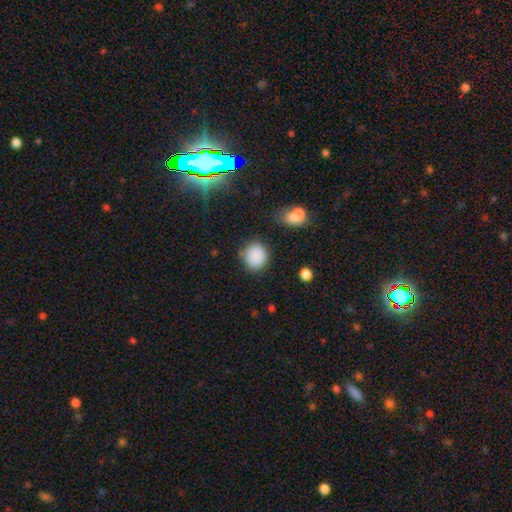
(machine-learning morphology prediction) Smooth or featured? Predicted: smooth (p=0.87). How rounded? Predicted: round (p=0.82). Merging? Predicted: none (p=0.80).